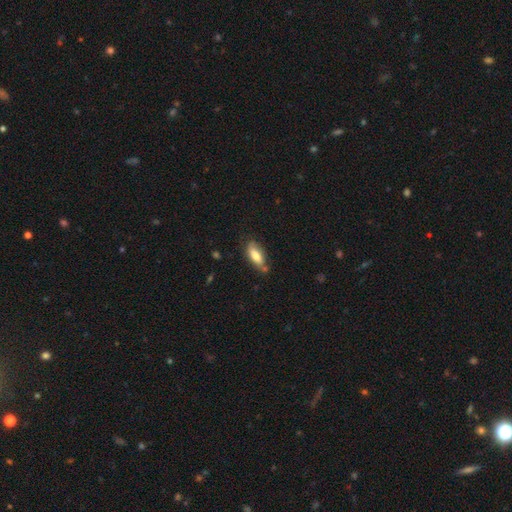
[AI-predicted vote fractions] A smooth galaxy with no disk features (74%) that is in between round and cigar-shaped (79%).

Vote fractions:
- Smooth or featured? smooth: 74% / featured or disk: 19% / star or artifact: 7%
- How rounded? in between: 79% / cigar-shaped: 19% / round: 2%
- Merging? none: 63% / minor disturbance: 25% / merger: 7% / major disturbance: 6%